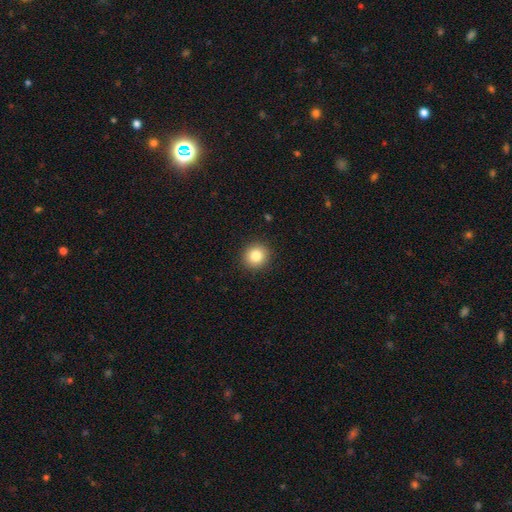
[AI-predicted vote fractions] A smooth galaxy with no disk features (83%) that is round (90%). Merging: none (92%).